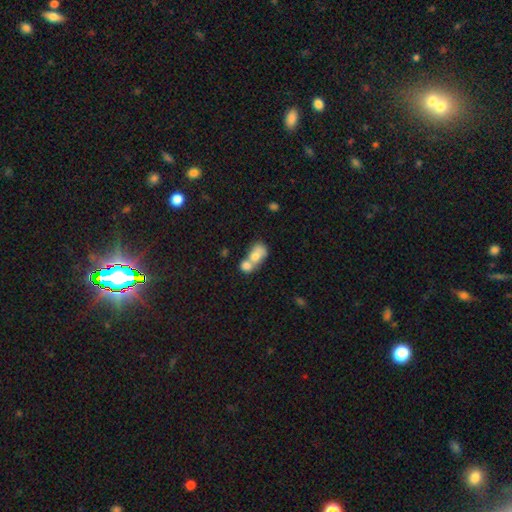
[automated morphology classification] A smooth galaxy with no disk features (74%) that is in between round and cigar-shaped (73%). Merging: merger (75%).